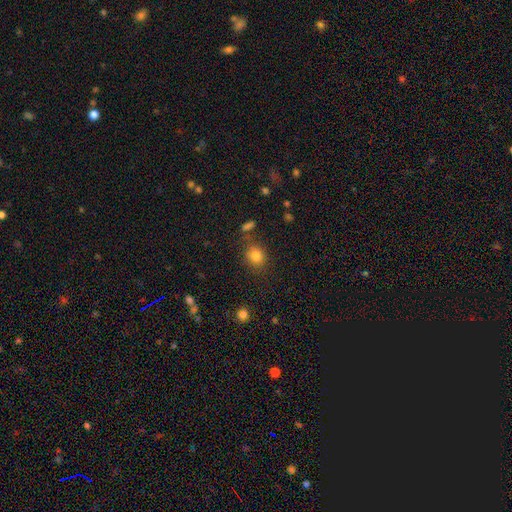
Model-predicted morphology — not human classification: A smooth galaxy with no disk features (82%) that is round (71%). Merging: none (77%).